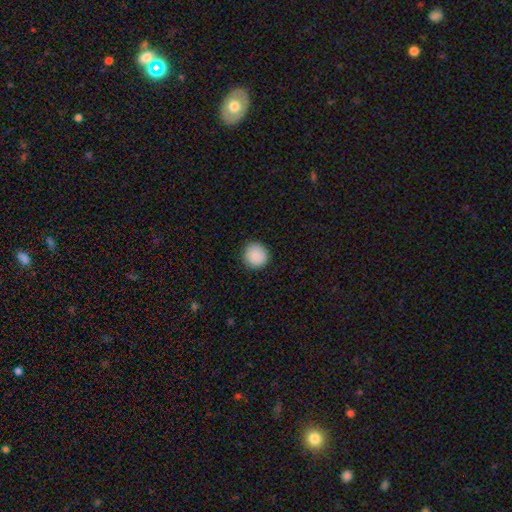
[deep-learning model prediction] Smooth or featured: smooth — 89% (star or artifact — 8%)
How rounded: round — 93% (in between — 6%)
Merging: none — 91% (minor disturbance — 6%)